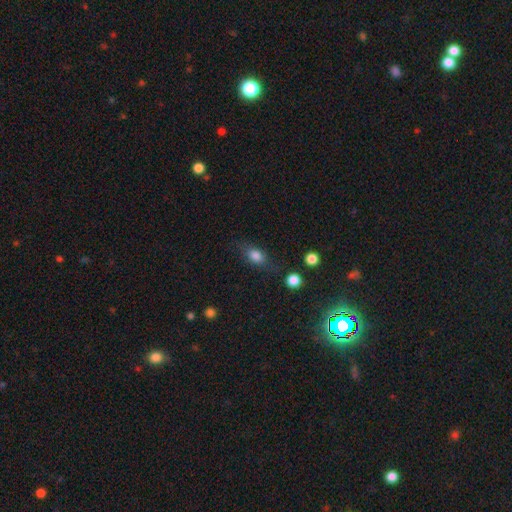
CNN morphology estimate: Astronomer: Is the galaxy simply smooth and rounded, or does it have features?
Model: smooth — 79%.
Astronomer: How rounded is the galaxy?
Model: in between — 73%.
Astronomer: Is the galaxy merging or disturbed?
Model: none — 69%.